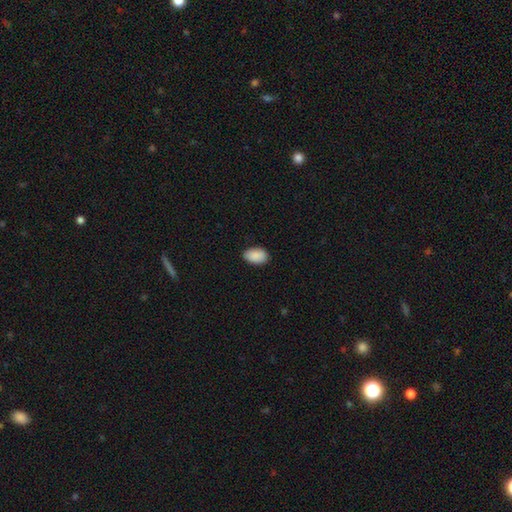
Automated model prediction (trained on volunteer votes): Morphology: type=smooth (91%); roundness=in between (92%); merging=none (86%).